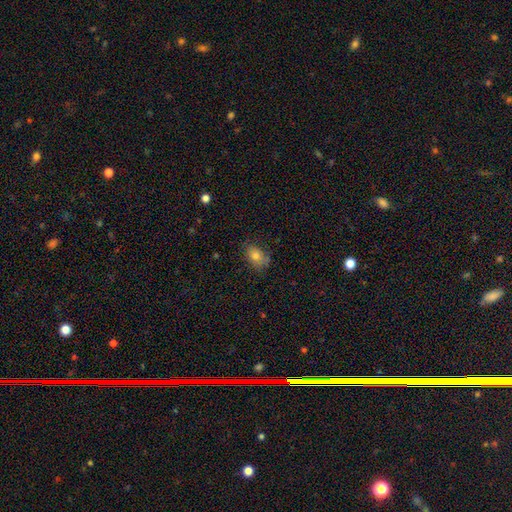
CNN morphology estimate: smooth-or-featured: smooth: 75% | featured or disk: 14% | star or artifact: 10%
  how-rounded: in between: 78% | round: 21% | cigar-shaped: 1%
  merging: none: 68% | minor disturbance: 24% | major disturbance: 6% | merger: 2%